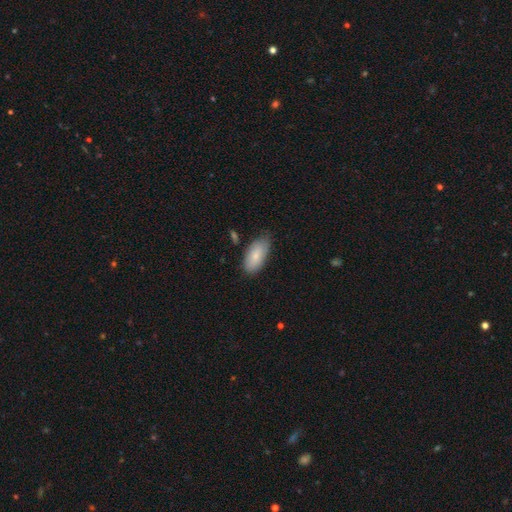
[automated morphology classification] smooth_or_featured: smooth (p=0.80) [alt: featured or disk p=0.14]
how_rounded: in between (p=0.93) [alt: cigar-shaped p=0.05]
merging: none (p=0.69) [alt: minor disturbance p=0.24]